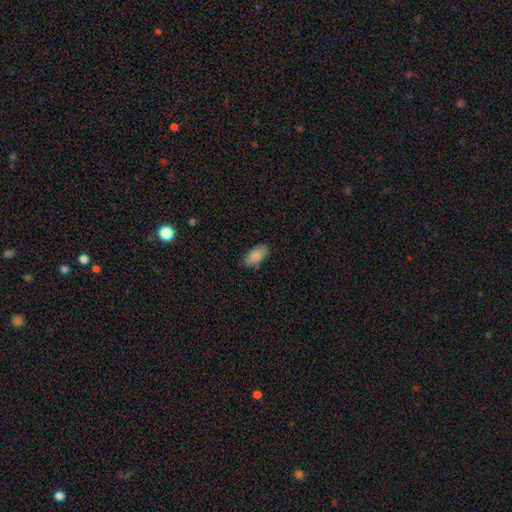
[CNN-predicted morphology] Smooth or featured? smooth (88%)
How rounded? in between (93%)
Merging? none (83%)